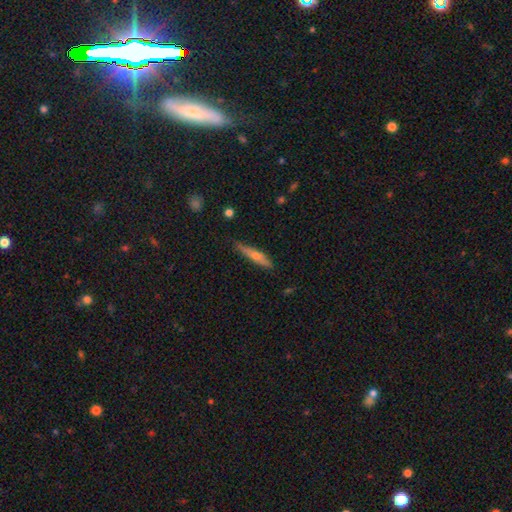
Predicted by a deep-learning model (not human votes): This is possibly a smooth galaxy (48%). Merging: clearly none (81%).